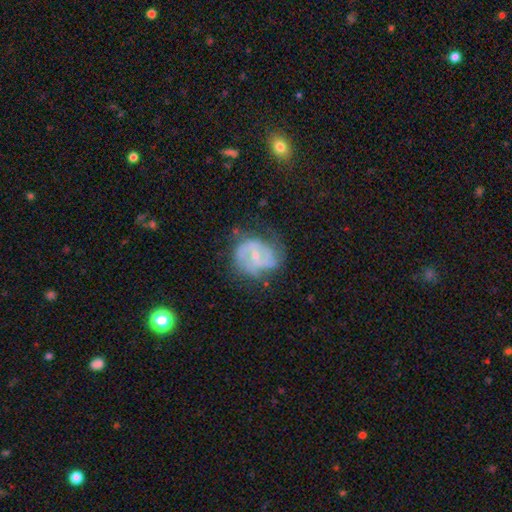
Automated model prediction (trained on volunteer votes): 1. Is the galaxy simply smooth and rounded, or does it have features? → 76% featured or disk, 17% smooth, 7% star or artifact.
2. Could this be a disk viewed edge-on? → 98% no, 2% yes.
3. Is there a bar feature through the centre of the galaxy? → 49% weak, 37% no, 14% strong.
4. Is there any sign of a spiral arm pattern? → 86% yes, 14% no.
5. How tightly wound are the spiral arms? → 46% medium, 35% tight, 19% loose.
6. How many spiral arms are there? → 54% 2, 23% can't tell, 13% 3, 4% 1, 3% 4, 3% more than 4.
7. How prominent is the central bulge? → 65% small, 30% moderate, 3% none, 1% large, 1% dominant.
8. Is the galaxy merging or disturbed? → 56% none, 27% minor disturbance, 15% major disturbance, 2% merger.